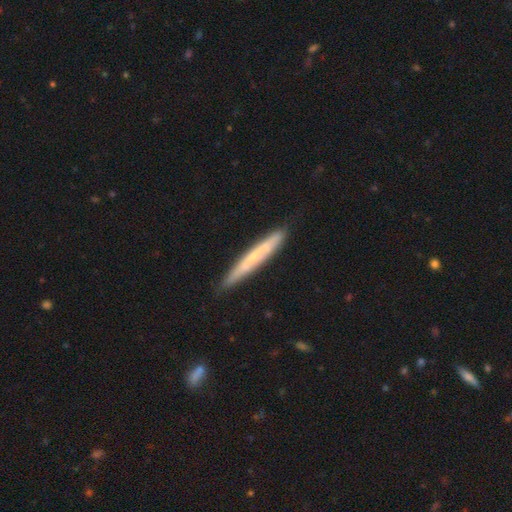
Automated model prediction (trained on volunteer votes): The model was most divided on "smooth or featured": smooth: 54%, featured or disk: 41%, star or artifact: 6%. More confident: how rounded — cigar-shaped (96%); merging — none (87%).